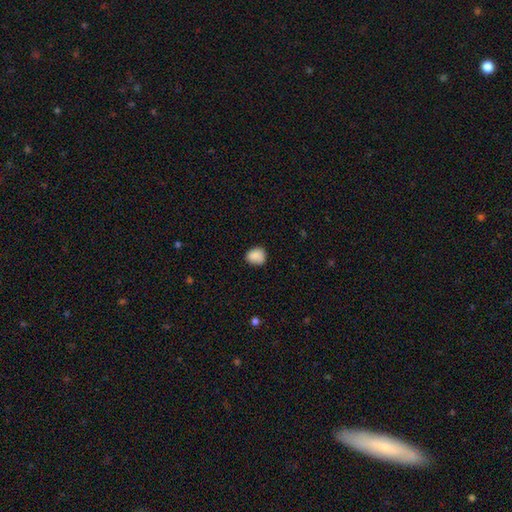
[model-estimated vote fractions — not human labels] Morphology: type=smooth (87%); roundness=round (69%); merging=none (77%).